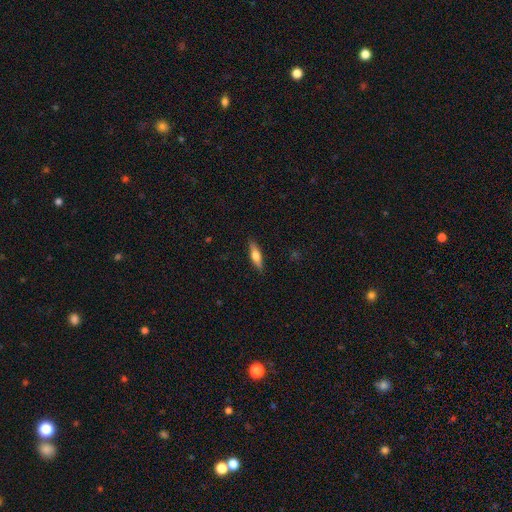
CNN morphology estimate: A smooth galaxy with no disk features (59%) that is cigar-shaped (61%). Merging: none (88%).